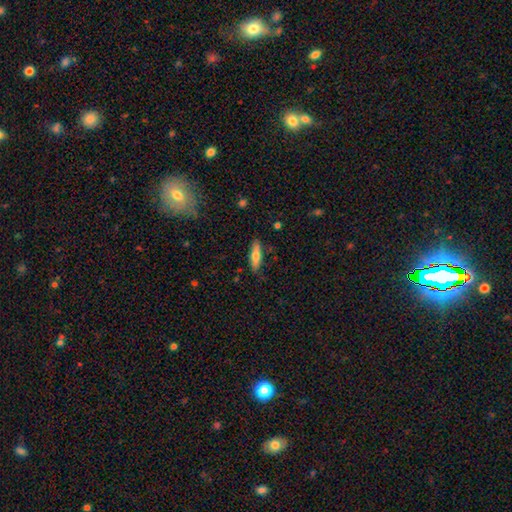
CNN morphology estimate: This is likely a smooth galaxy (63%). How rounded: likely cigar-shaped (64%). Merging: clearly none (85%).